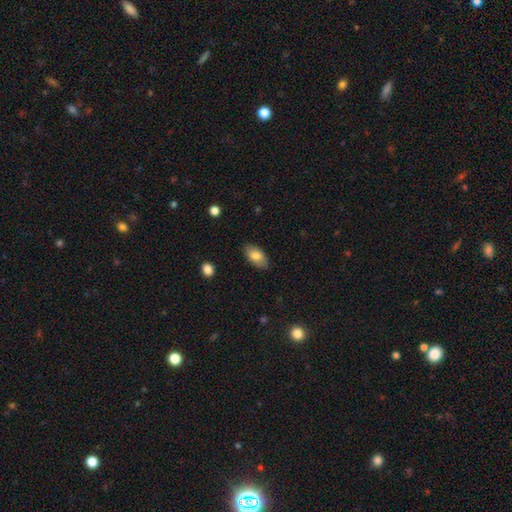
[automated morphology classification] smooth-or-featured: smooth: 80% | featured or disk: 14% | star or artifact: 7%
  how-rounded: in between: 94% | cigar-shaped: 3% | round: 3%
  merging: none: 85% | minor disturbance: 11% | major disturbance: 2% | merger: 1%